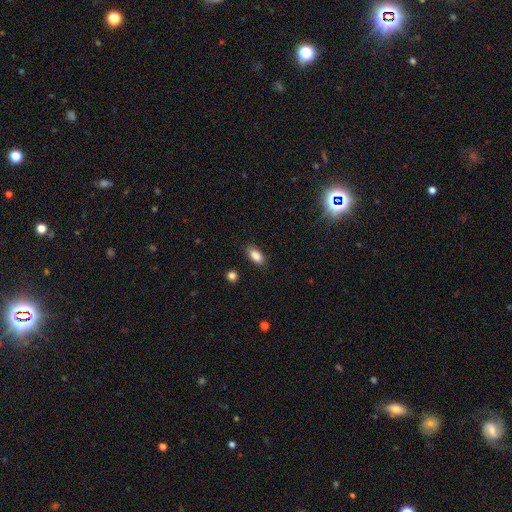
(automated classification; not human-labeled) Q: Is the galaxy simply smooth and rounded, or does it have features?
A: smooth — 86%.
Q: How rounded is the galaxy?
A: in between — 87%.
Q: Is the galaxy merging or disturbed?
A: none — 85%.